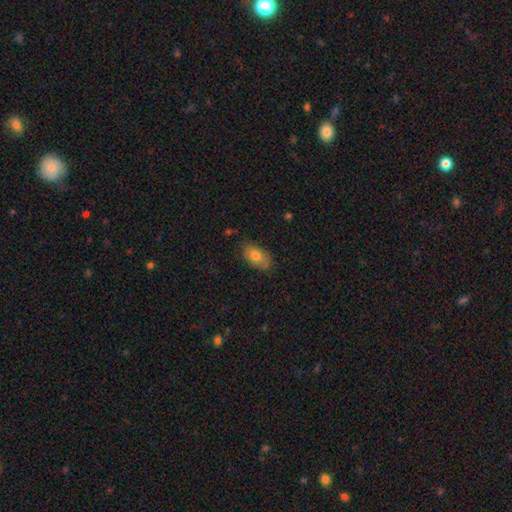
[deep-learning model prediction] smooth 77%, featured or disk 16%, star or artifact 8%. Down the decision tree: how rounded — in between (91%); merging — none (73%).